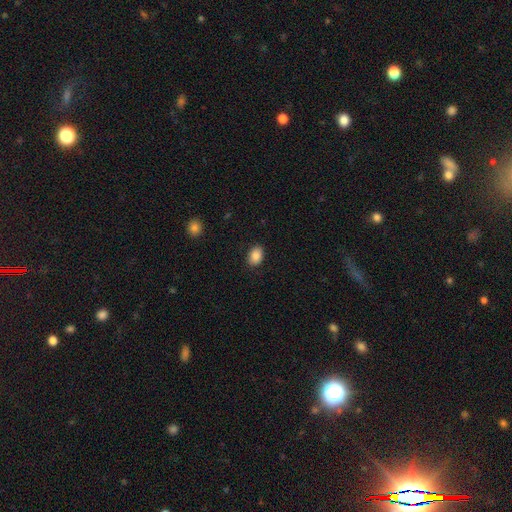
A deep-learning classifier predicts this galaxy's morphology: smooth 87%, star or artifact 8%, featured or disk 5%. Down the decision tree: how rounded — in between (78%); merging — none (89%).